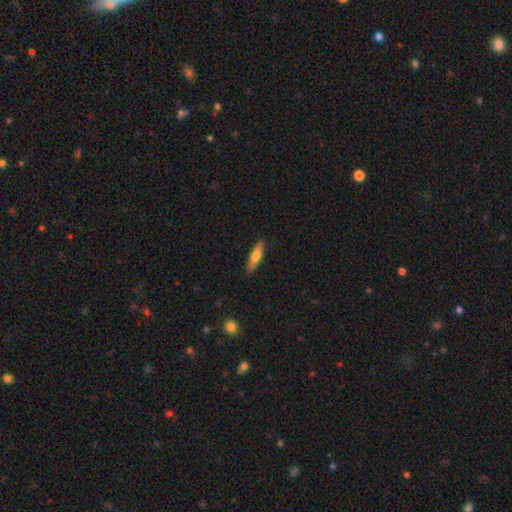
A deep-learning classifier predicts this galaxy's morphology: This is likely a smooth galaxy (60%). How rounded: likely cigar-shaped (73%). Merging: clearly none (88%).